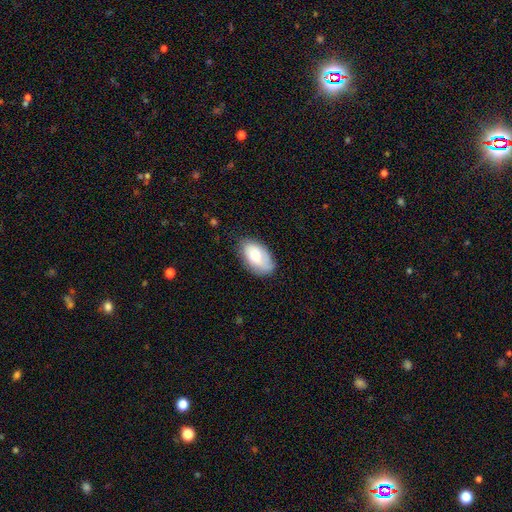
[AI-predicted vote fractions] smooth 69%, featured or disk 24%, star or artifact 7%. Down the decision tree: how rounded — in between (94%); merging — none (72%).